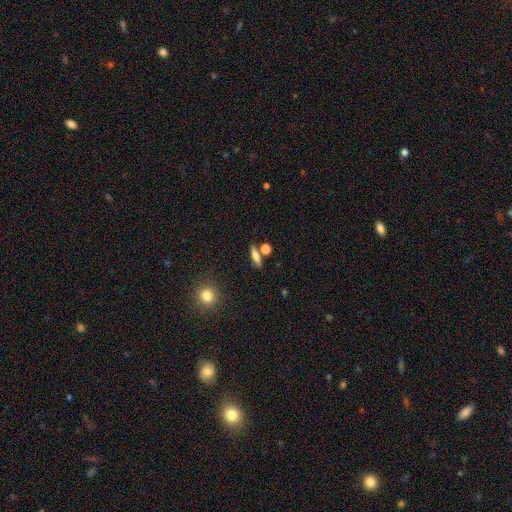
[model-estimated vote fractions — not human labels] This appears to be a smooth galaxy with no disk features (57%) that is cigar-shaped (57%). Merging: none (74%).